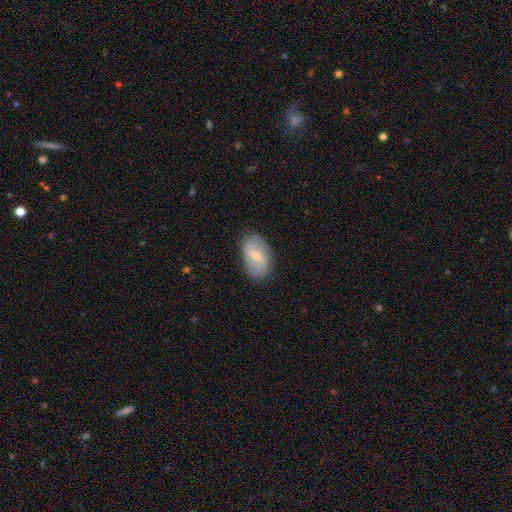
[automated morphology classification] smooth_or_featured: smooth (p=0.51) [alt: featured or disk p=0.42]
how_rounded: in between (p=0.91) [alt: round p=0.07]
merging: none (p=0.80) [alt: minor disturbance p=0.15]